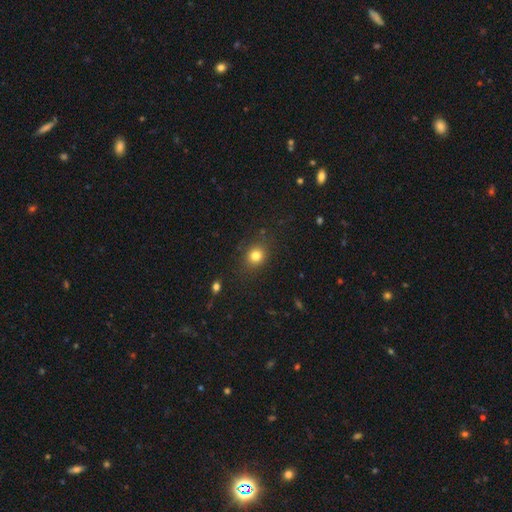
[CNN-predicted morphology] A smooth galaxy with no disk features (80%) that is round (74%). Merging: none (84%).